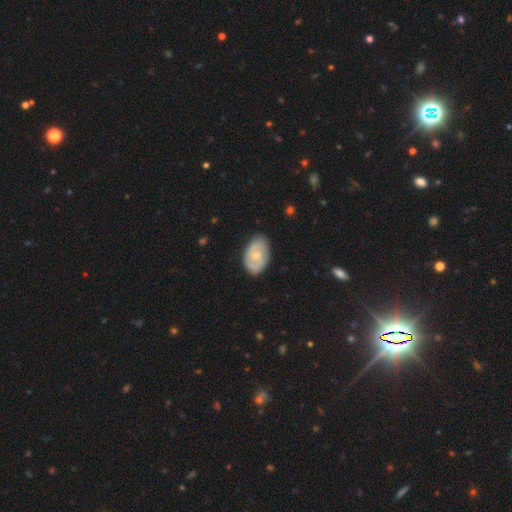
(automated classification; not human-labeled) featured or disk 58%, smooth 36%, star or artifact 5%. Down the decision tree: edge-on disk — no (96%); bar — no (71%); spiral arms — yes (68%); bulge size — small (48%); merging — none (73%).